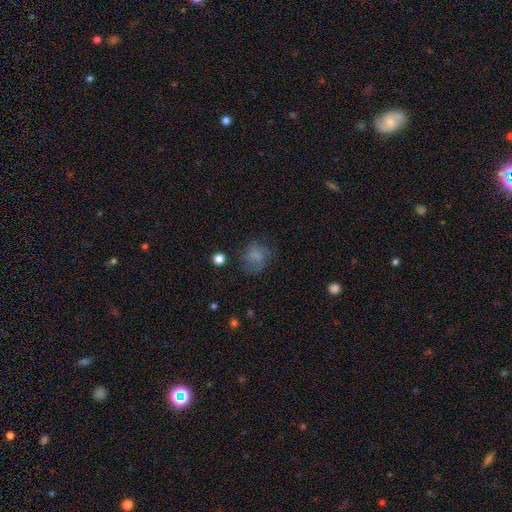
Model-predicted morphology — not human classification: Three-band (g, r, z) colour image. It shows a smooth galaxy with no disk features (69%) that is round (67%). Merging: none (59%).